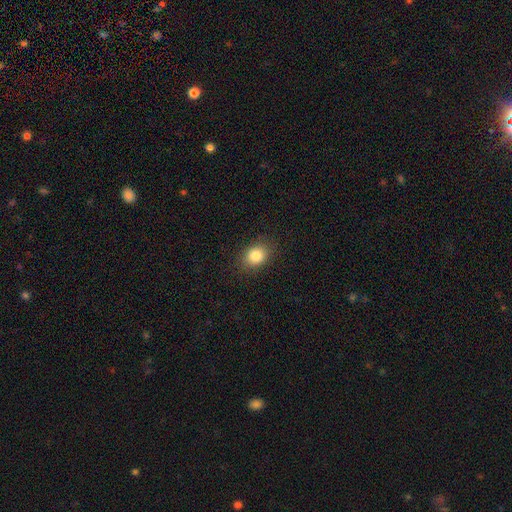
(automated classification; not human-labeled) smooth 84%, star or artifact 10%, featured or disk 6%. Down the decision tree: how rounded — in between (59%); merging — none (86%).